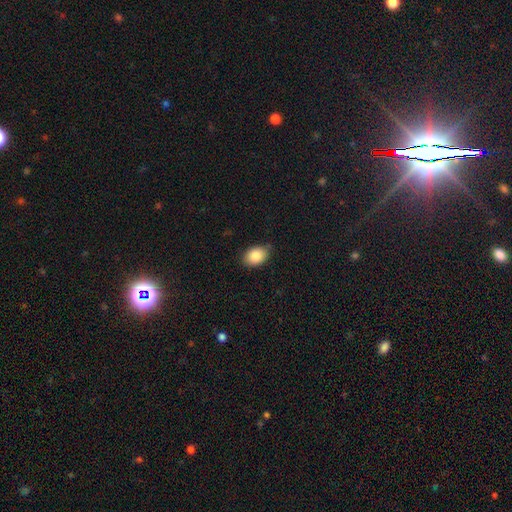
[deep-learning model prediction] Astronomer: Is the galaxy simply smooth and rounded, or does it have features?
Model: smooth — 85%.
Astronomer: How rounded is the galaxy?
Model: in between — 80%.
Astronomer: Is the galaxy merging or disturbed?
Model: none — 80%.